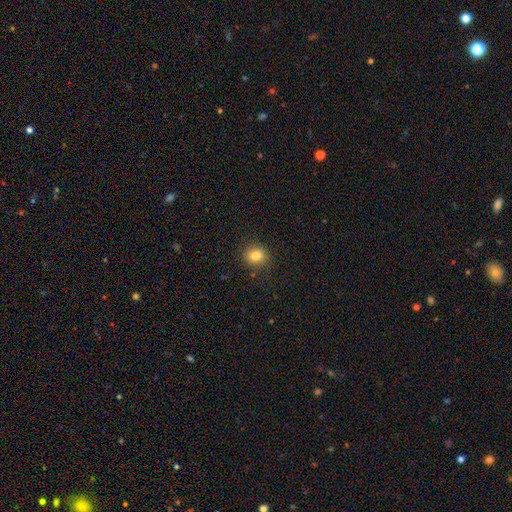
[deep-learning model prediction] smooth 82%, star or artifact 11%, featured or disk 7%. Down the decision tree: how rounded — round (75%); merging — none (87%).